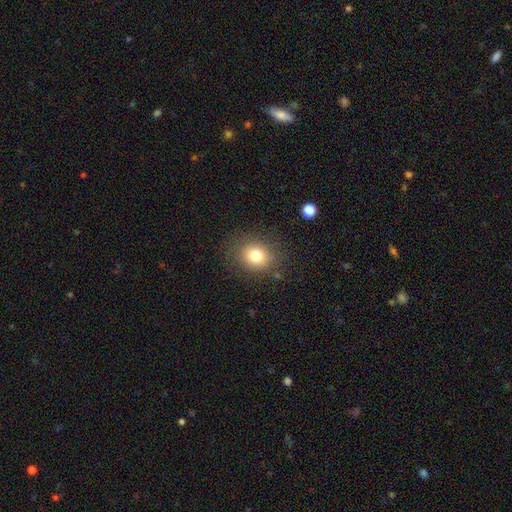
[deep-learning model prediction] A smooth galaxy with no disk features (78%) that is round (68%). Merging: none (83%).